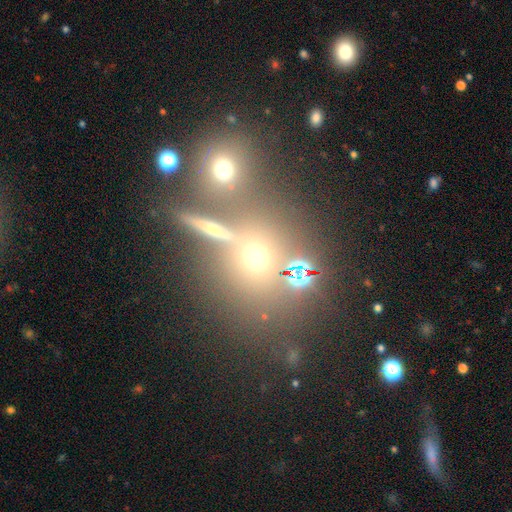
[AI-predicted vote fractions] Smooth or featured?
  - smooth: 42% *
  - star or artifact: 36%
  - featured or disk: 22%
Merging?
  - none: 57% *
  - merger: 27%
  - minor disturbance: 10%
  - major disturbance: 7%